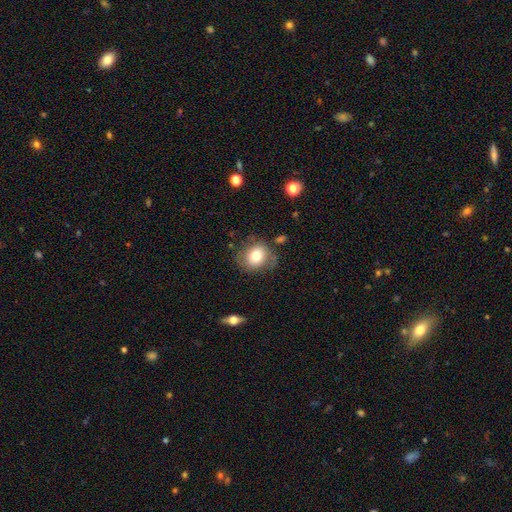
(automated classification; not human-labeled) A smooth galaxy with no disk features (74%) that is round (66%). Merging: none (68%).